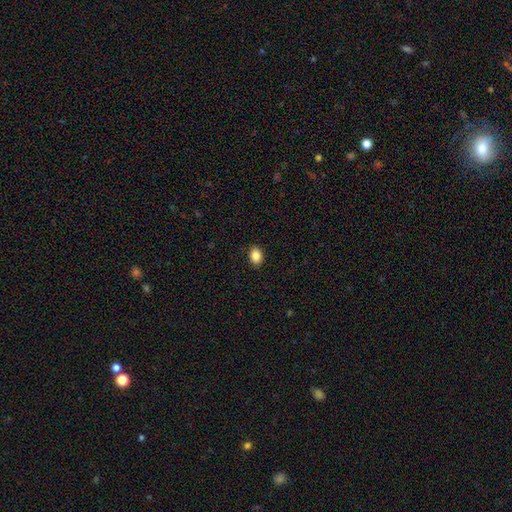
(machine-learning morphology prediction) smooth 87%, star or artifact 9%, featured or disk 4%. Down the decision tree: how rounded — in between (67%); merging — none (90%).